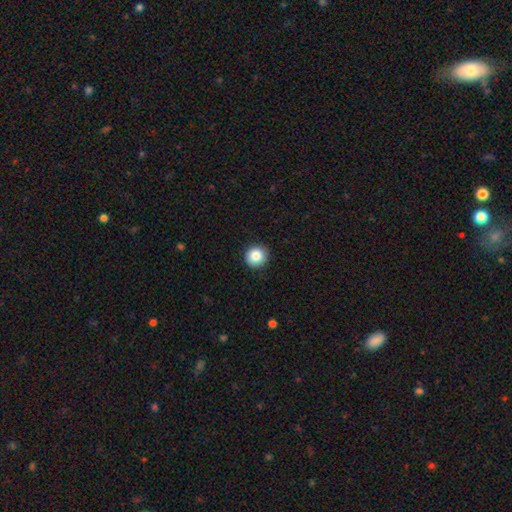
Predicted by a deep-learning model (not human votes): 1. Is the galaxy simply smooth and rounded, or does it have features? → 84% smooth, 10% star or artifact, 6% featured or disk.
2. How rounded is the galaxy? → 93% round, 6% in between, 1% cigar-shaped.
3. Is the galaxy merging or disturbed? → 91% none, 6% minor disturbance, 2% major disturbance, 1% merger.